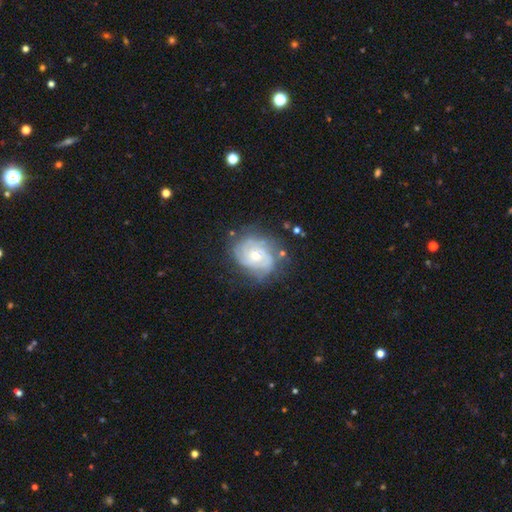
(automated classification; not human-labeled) Smooth or featured: featured or disk — 78% (smooth — 15%)
Edge-on disk: no — 98% (yes — 2%)
Bar: no — 72% (weak — 24%)
Spiral arms: yes — 92% (no — 8%)
Spiral winding: tight — 61% (medium — 31%)
Spiral arm count: can't tell — 37% (2 — 22%)
Bulge size: moderate — 47% (tied with small — 47%)
Merging: none — 67% (minor disturbance — 21%)